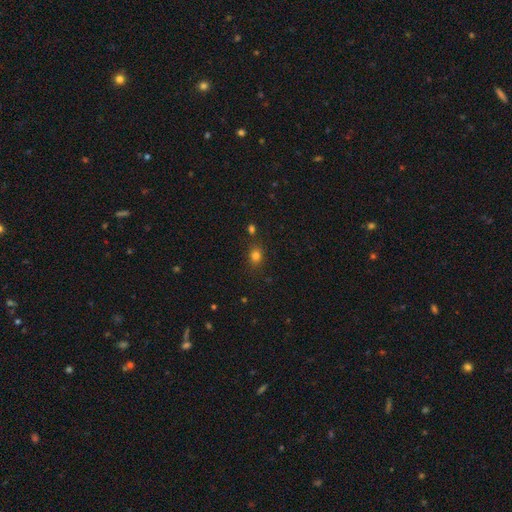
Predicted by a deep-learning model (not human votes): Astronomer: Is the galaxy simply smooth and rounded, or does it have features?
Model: smooth — 79%.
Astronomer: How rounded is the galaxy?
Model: round — 53% (runner-up: in between, 46%).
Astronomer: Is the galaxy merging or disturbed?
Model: none — 79%.